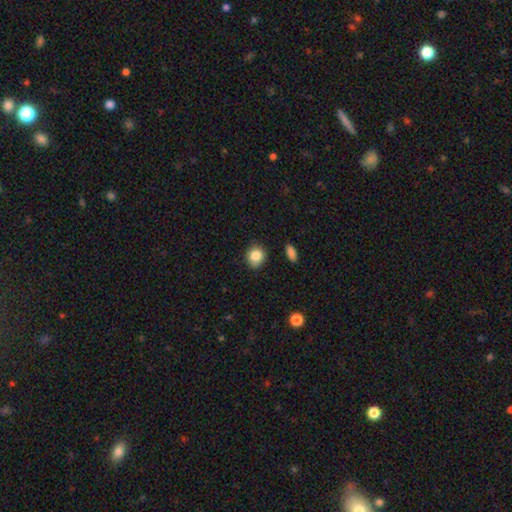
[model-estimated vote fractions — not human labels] Morphology: type=smooth (84%); roundness=round (82%); merging=none (83%).